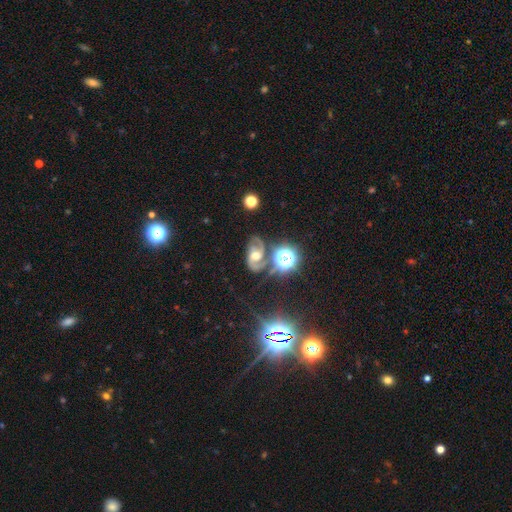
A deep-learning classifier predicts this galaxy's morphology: featured or disk 69%, star or artifact 18%, smooth 13%. Down the decision tree: edge-on disk — no (97%); bar — no (53%); spiral arms — yes (92%); spiral arm count — 2 (88%); spiral winding — medium (53%); bulge size — moderate (72%); merging — none (57%).